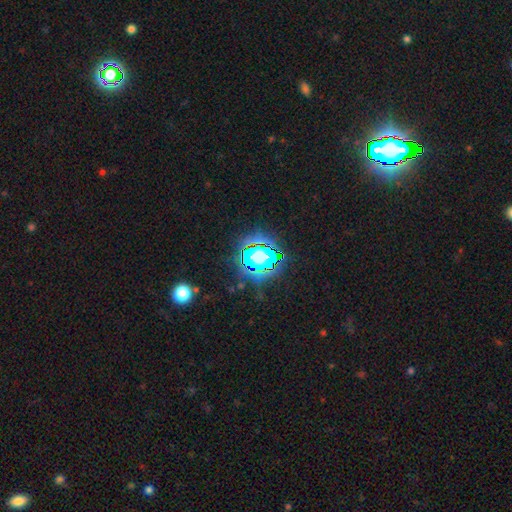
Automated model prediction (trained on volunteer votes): smooth_or_featured: star or artifact (p=0.76) [alt: smooth p=0.14]